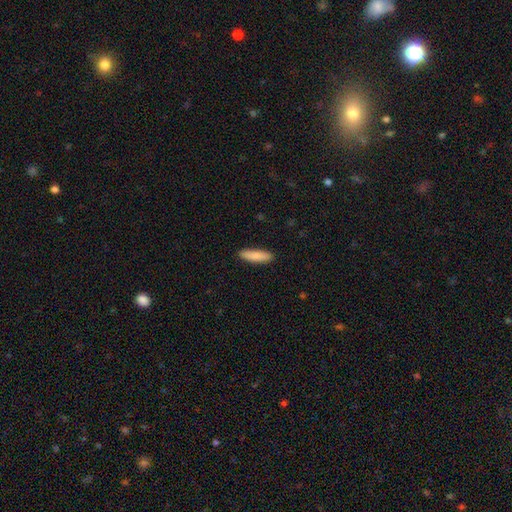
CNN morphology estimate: Overall: smooth (85%). How rounded: cigar-shaped (68%; in between 31%). Merging: none (90%).